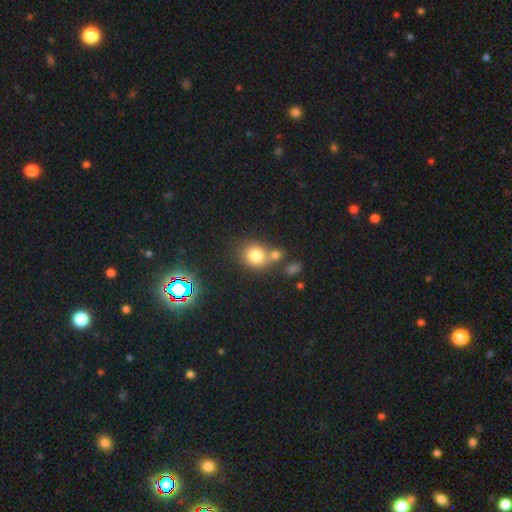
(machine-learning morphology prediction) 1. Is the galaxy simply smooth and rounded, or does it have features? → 77% smooth, 14% star or artifact, 9% featured or disk.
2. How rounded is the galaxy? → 75% round, 24% in between, 1% cigar-shaped.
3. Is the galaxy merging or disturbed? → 50% none, 35% merger, 10% minor disturbance, 4% major disturbance.